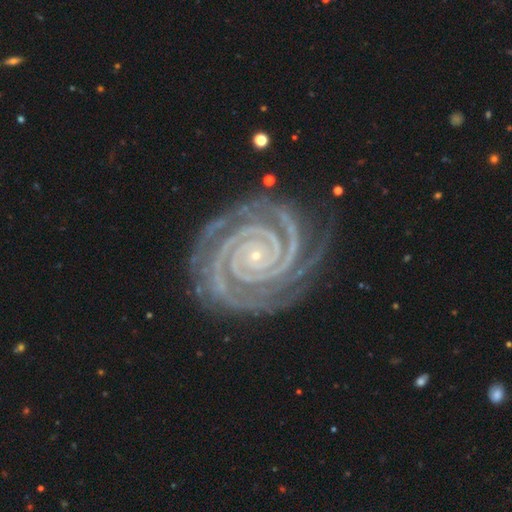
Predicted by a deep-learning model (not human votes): This is clearly a featured or disk galaxy (94%). It is clearly not viewed edge-on (98%). Bar: likely no (73%). Spiral arm pattern: clearly yes (99%). Spiral arm count: possibly 2 (56%). Spiral winding: clearly tight (91%). Central bulge: clearly small (91%). Merging: clearly none (83%).